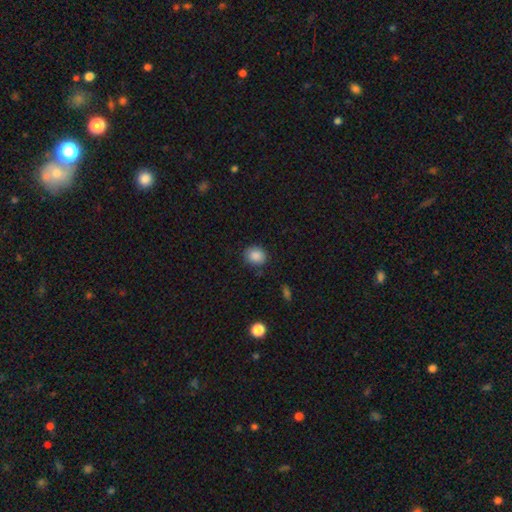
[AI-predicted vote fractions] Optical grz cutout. It shows a smooth galaxy with no disk features (87%) that is round (71%). Merging: none (85%).